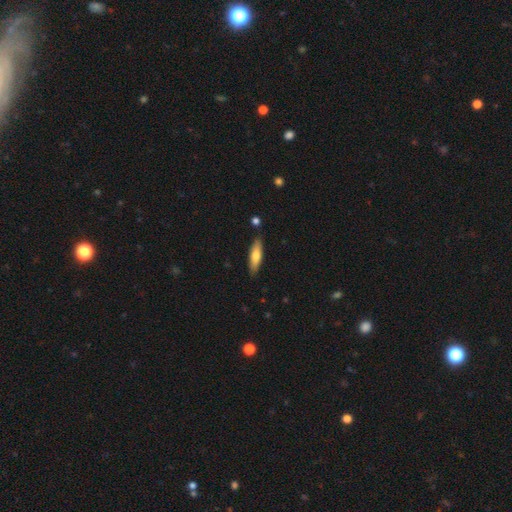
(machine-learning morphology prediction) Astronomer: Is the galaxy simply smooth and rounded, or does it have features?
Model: smooth — 68%.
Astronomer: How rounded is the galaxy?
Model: cigar-shaped — 67%.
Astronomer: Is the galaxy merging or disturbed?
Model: none — 85%.